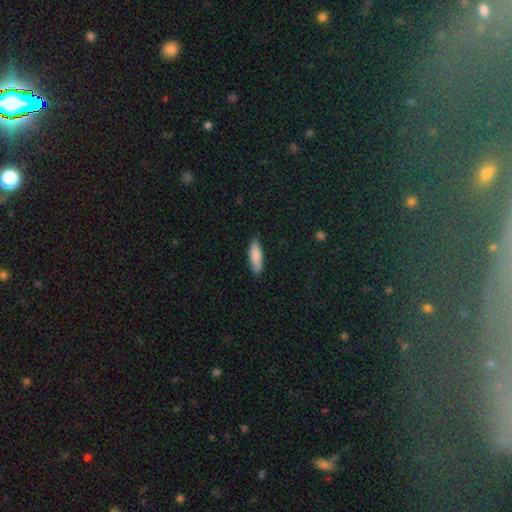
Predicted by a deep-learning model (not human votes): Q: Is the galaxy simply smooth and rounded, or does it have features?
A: smooth — 87%.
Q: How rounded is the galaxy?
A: cigar-shaped — 57%.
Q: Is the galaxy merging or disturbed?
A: none — 85%.